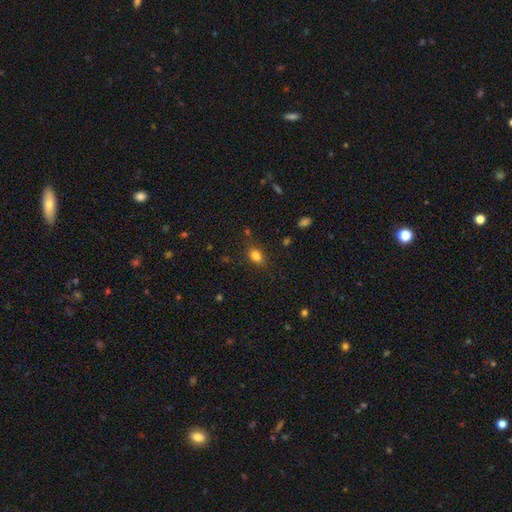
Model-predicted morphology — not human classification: type=smooth (82%); roundness=in between (73%); merging=none (79%).